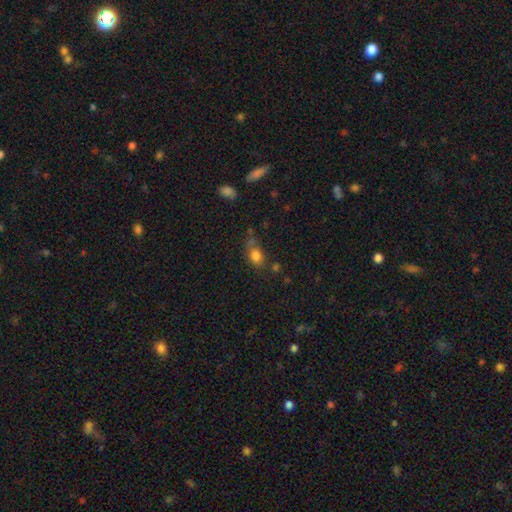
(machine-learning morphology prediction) Smooth or featured? Predicted: smooth (p=0.79). How rounded? Predicted: in between (p=0.60). Merging? Predicted: none (p=0.54).